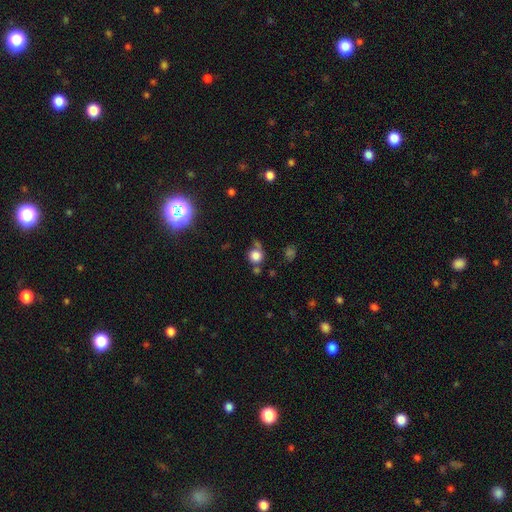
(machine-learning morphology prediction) Smooth or featured? Predicted: smooth (p=0.79). How rounded? Predicted: round (p=0.87). Merging? Predicted: none (p=0.55).